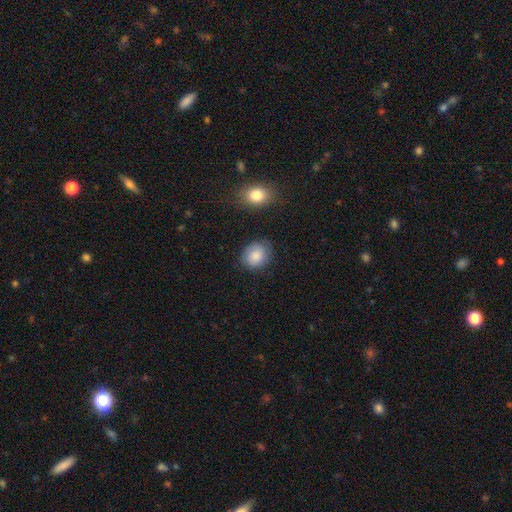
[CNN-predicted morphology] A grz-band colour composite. It shows a smooth galaxy with no disk features (83%) that is round (64%). Merging: none (76%).